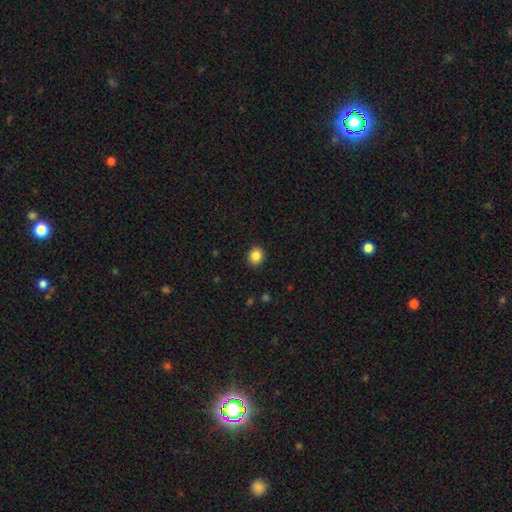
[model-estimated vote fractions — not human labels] smooth 86%, star or artifact 10%, featured or disk 4%. Down the decision tree: how rounded — round (73%); merging — none (91%).